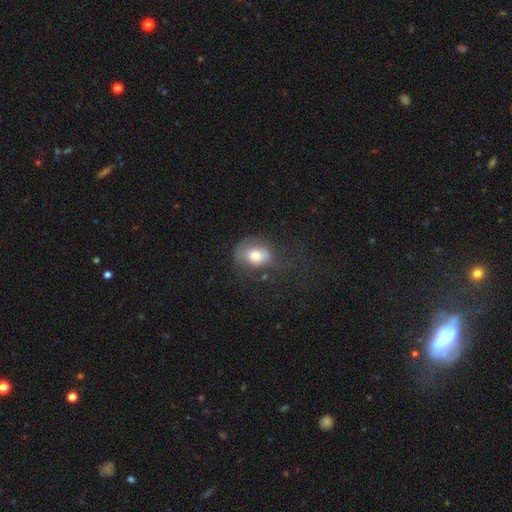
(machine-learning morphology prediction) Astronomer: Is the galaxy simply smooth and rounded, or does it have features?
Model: smooth — 74%.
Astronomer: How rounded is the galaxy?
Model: round — 50% (runner-up: in between, 49%).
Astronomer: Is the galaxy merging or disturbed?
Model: none — 45% (runner-up: minor disturbance, 27%).